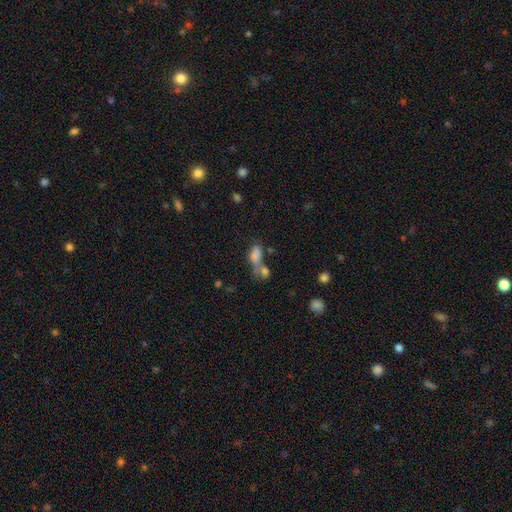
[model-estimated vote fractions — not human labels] This appears to be a smooth galaxy with no disk features (75%) that is in between round and cigar-shaped (85%). Merging: merger (54%).